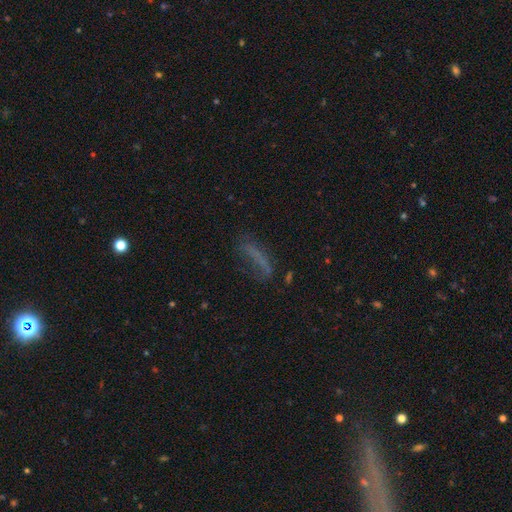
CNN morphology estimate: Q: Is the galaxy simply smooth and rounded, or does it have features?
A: smooth — 51%.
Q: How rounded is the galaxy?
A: cigar-shaped — 73%.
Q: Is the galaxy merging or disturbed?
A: none — 51%.